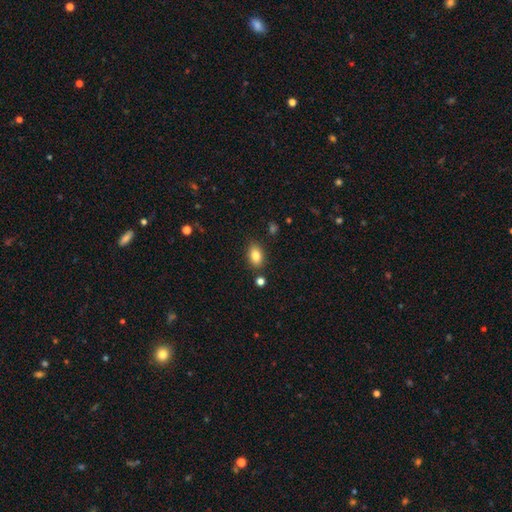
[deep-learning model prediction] Smooth or featured?
  - smooth: 83% *
  - star or artifact: 9%
  - featured or disk: 8%
How rounded?
  - in between: 85% *
  - round: 13%
  - cigar-shaped: 2%
Merging?
  - none: 83% *
  - minor disturbance: 11%
  - merger: 4%
  - major disturbance: 3%